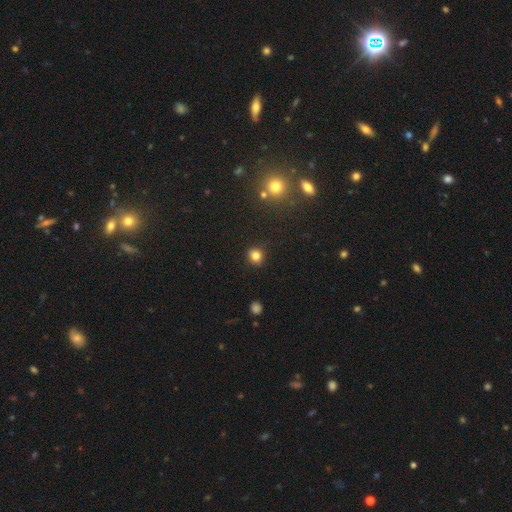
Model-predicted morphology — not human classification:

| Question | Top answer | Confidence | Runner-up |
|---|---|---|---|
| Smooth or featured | smooth | 81% | star or artifact (13%) |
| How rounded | round | 81% | in between (18%) |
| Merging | none | 87% | minor disturbance (9%) |